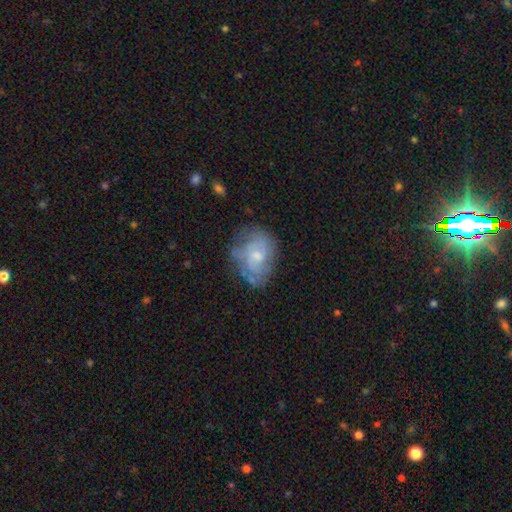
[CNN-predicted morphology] This appears to be a featured or disk galaxy (60%) with no bar (71%), spiral arms (66%) and a moderate central bulge (45%). Merging: none (58%).